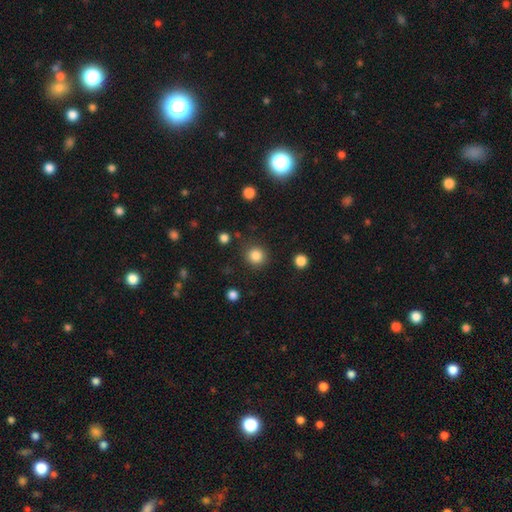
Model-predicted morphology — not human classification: Smooth or featured? Predicted: smooth (p=0.85). How rounded? Predicted: round (p=0.91). Merging? Predicted: none (p=0.87).